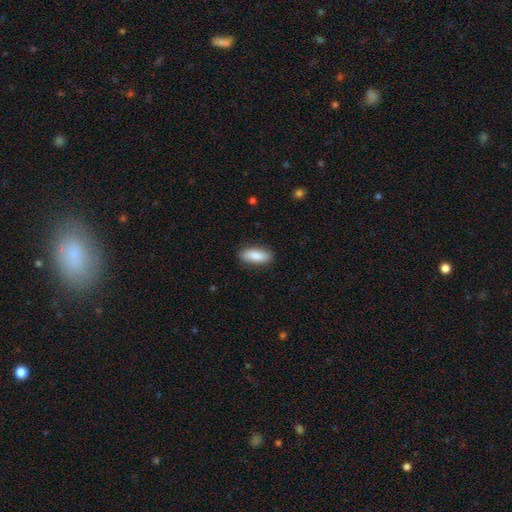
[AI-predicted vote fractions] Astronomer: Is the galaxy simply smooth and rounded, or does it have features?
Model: smooth — 84%.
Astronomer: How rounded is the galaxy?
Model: in between — 78%.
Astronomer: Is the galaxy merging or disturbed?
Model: none — 87%.